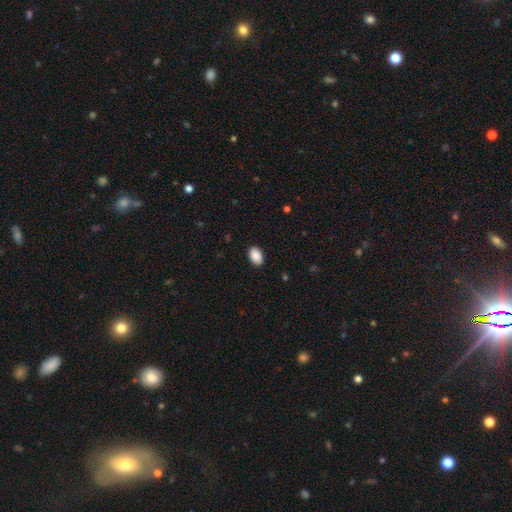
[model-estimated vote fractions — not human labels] This is clearly a smooth galaxy (89%). How rounded: clearly in between (89%). Merging: clearly none (89%).